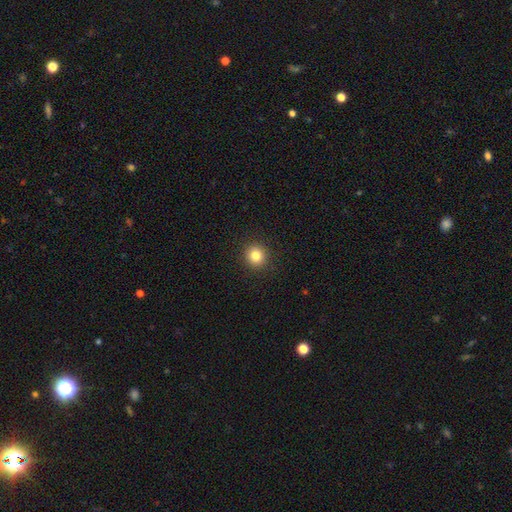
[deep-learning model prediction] Overall: smooth (82%). How rounded: round (92%). Merging: none (92%).